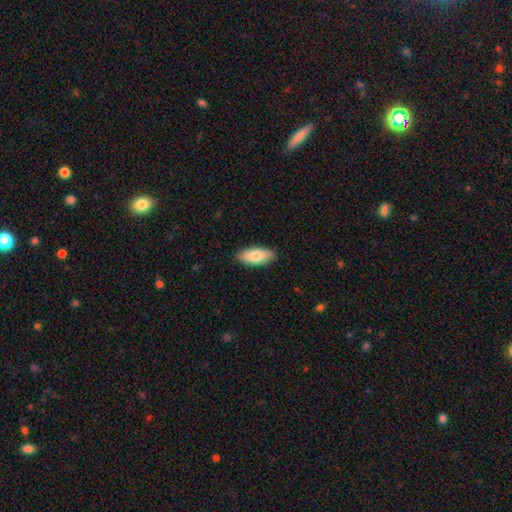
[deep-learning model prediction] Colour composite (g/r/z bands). It shows a smooth galaxy with no disk features (82%) that is in between round and cigar-shaped (86%). Merging: none (88%).